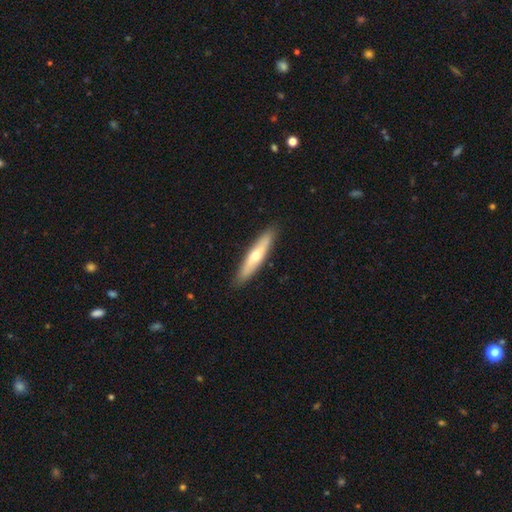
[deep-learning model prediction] Q: Smooth or featured?
A: smooth (51%); runner-up: featured or disk (44%)
Q: How rounded?
A: cigar-shaped (86%); runner-up: in between (12%)
Q: Merging?
A: none (90%); runner-up: minor disturbance (8%)